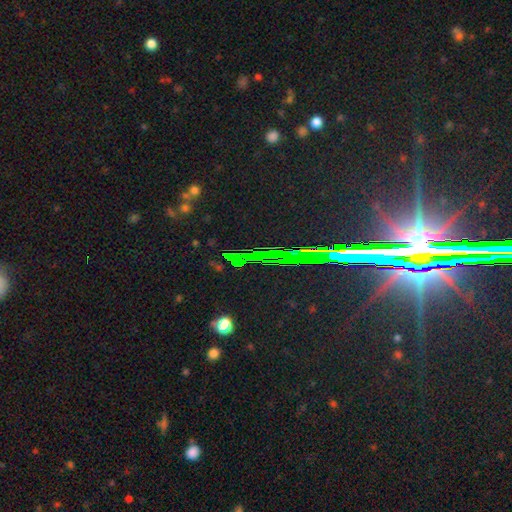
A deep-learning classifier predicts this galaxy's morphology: Q: Smooth or featured?
A: star or artifact (79%); runner-up: smooth (13%)